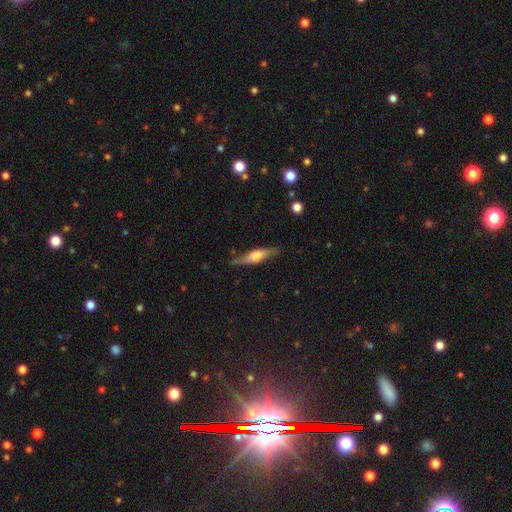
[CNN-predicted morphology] Smooth or featured? featured or disk (54%)
Edge-on disk? yes (89%)
Merging? none (81%)